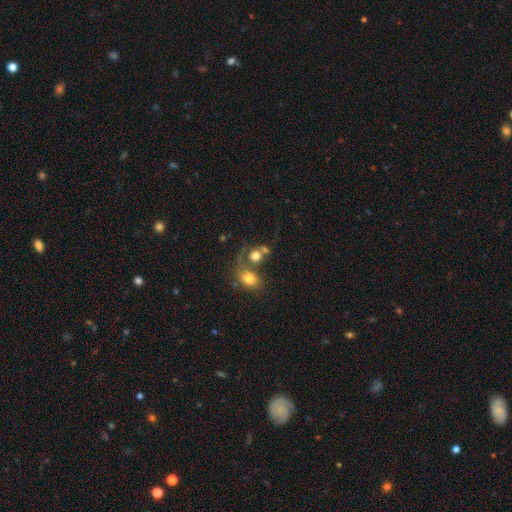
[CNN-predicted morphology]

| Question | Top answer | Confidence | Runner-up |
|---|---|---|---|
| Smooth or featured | smooth | 71% | featured or disk (18%) |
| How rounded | round | 62% | in between (36%) |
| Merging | merger | 48% | none (31%) |